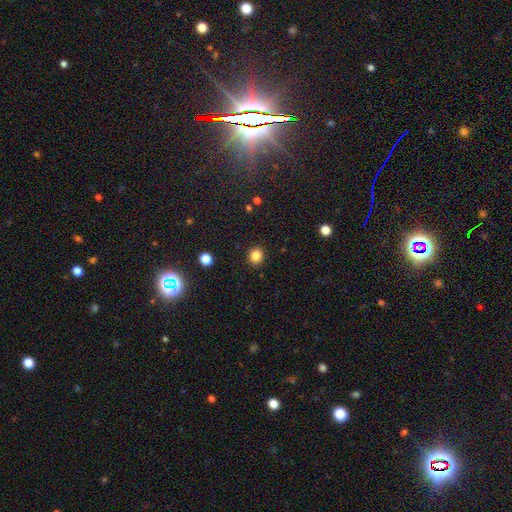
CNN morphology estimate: This appears to be a smooth galaxy with no disk features (84%) that is round (81%). Merging: none (91%).